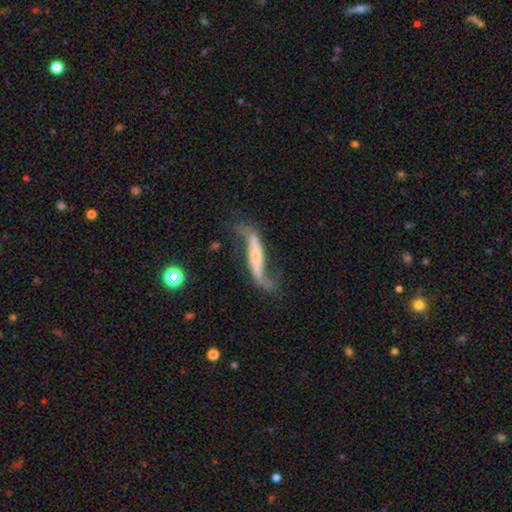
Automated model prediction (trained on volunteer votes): A featured or disk galaxy (80%) with a strong bar (39%), 2 (89%) loose (90%) spiral arms (92%) and a small central bulge (44%). Merging: none (55%).